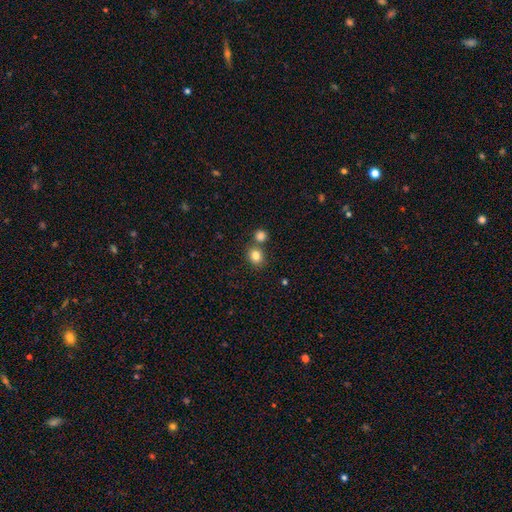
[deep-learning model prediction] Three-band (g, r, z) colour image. It shows a smooth galaxy with no disk features (82%) that is round (74%). Merging: none (69%).